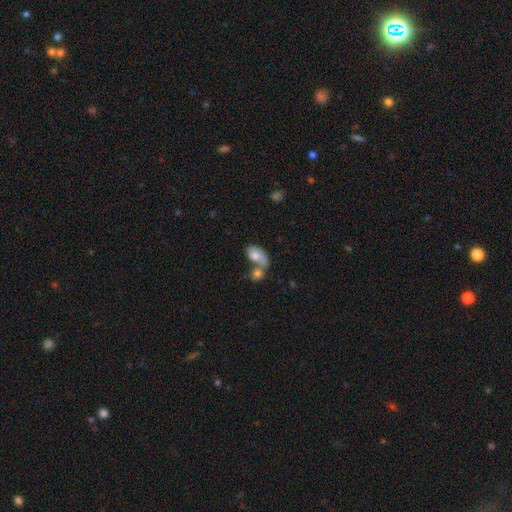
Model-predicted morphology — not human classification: This appears to be a smooth galaxy with no disk features (69%) that is in between round and cigar-shaped (84%). Merging: merger (65%).